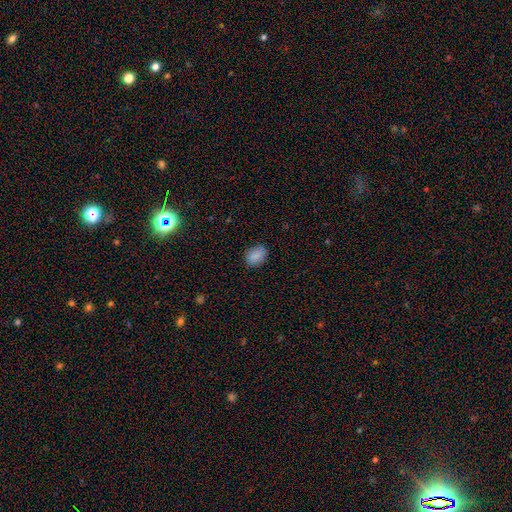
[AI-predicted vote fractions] Q: Smooth or featured?
A: smooth (88%); runner-up: star or artifact (8%)
Q: How rounded?
A: in between (74%); runner-up: round (25%)
Q: Merging?
A: none (85%); runner-up: minor disturbance (12%)